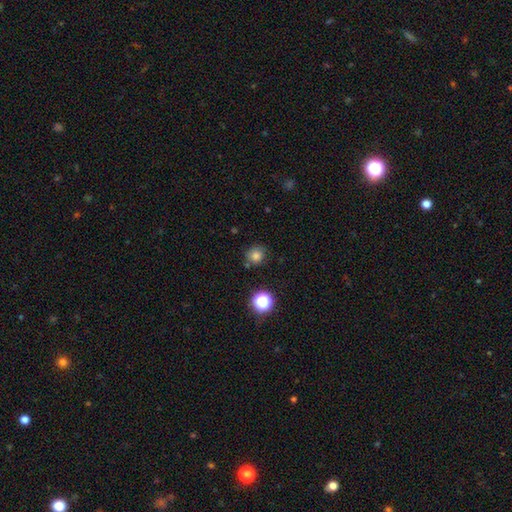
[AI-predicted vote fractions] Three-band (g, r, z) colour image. It shows a smooth galaxy with no disk features (79%) that is round (89%). Merging: none (78%).